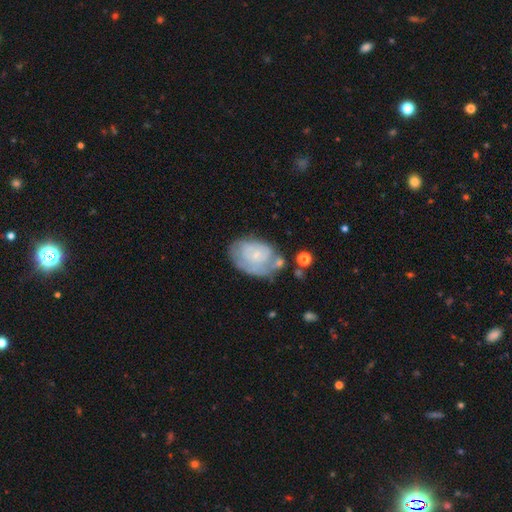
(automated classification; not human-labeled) Smooth or featured? featured or disk (60%)
Edge-on disk? no (97%)
Bar? no (77%)
Spiral arms? yes (69%)
Bulge size? small (73%)
Merging? none (45%)